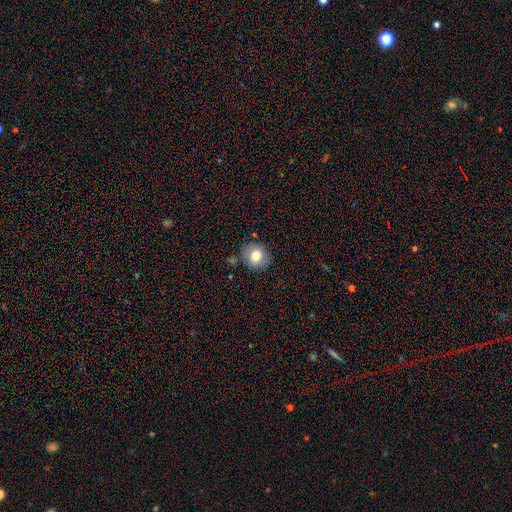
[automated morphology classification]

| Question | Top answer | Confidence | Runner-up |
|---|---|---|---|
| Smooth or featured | smooth | 77% | featured or disk (14%) |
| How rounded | round | 75% | in between (24%) |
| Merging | none | 78% | minor disturbance (15%) |